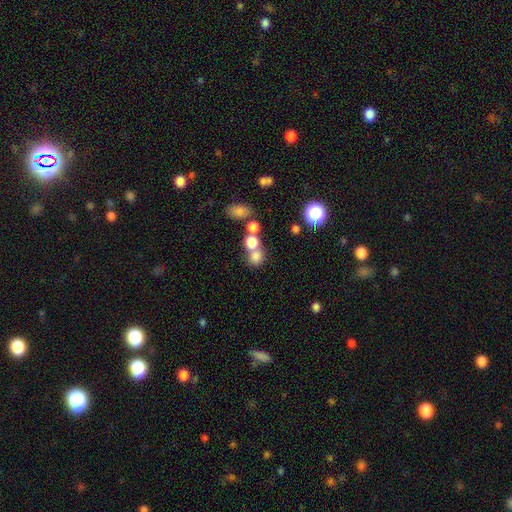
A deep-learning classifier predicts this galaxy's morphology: A smooth galaxy with no disk features (74%) that is round (80%).

Vote fractions:
- Smooth or featured? smooth: 74% / star or artifact: 16% / featured or disk: 10%
- How rounded? round: 80% / in between: 19% / cigar-shaped: 1%
- Merging? none: 45% / merger: 43% / minor disturbance: 7% / major disturbance: 4%